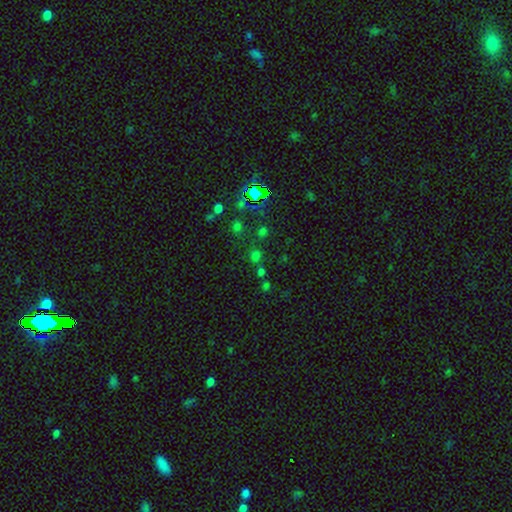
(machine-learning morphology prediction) Q: Smooth or featured?
A: smooth (52%); runner-up: star or artifact (40%)
Q: How rounded?
A: round (83%); runner-up: in between (15%)
Q: Merging?
A: none (66%); runner-up: merger (19%)